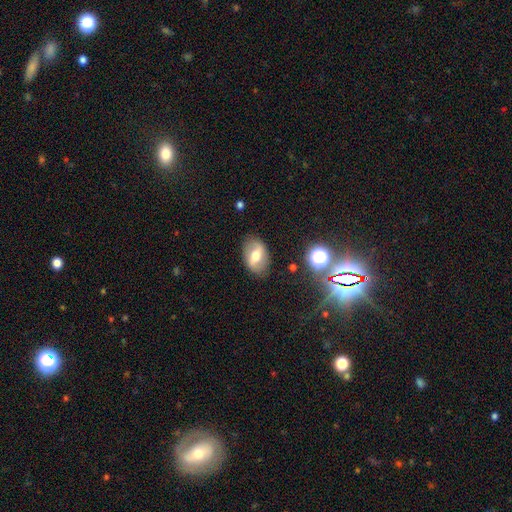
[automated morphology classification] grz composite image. It shows a featured or disk galaxy (47%). Merging: none (81%).